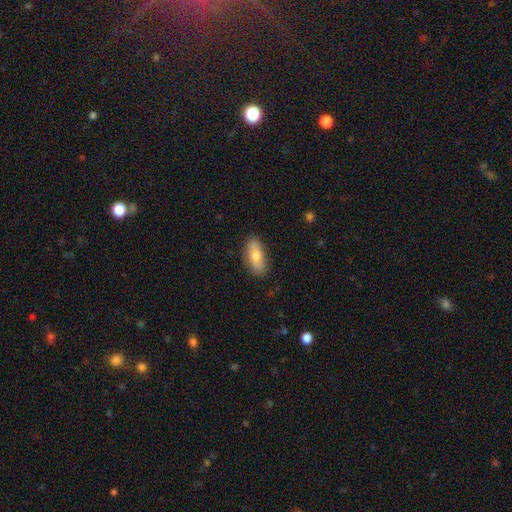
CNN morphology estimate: Smooth or featured? smooth (73%)
How rounded? in between (80%)
Merging? none (85%)